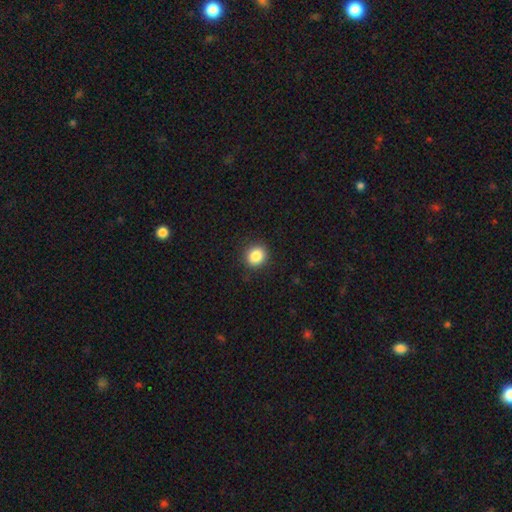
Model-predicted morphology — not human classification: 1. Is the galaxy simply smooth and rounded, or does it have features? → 86% smooth, 10% star or artifact, 5% featured or disk.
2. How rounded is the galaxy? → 78% round, 22% in between, 1% cigar-shaped.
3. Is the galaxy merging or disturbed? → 89% none, 7% minor disturbance, 2% major disturbance, 1% merger.